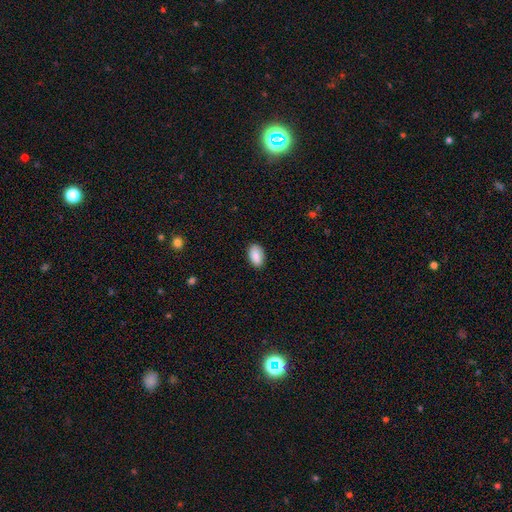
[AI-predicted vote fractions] Smooth or featured?
  - smooth: 90% *
  - star or artifact: 7%
  - featured or disk: 4%
How rounded?
  - in between: 93% *
  - round: 5%
  - cigar-shaped: 1%
Merging?
  - none: 87% *
  - minor disturbance: 10%
  - major disturbance: 2%
  - merger: 1%